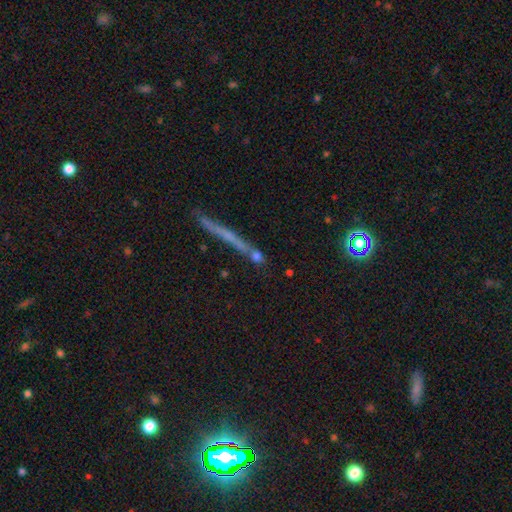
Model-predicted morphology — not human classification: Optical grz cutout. It shows a smooth galaxy with no disk features (48%). Merging: none (65%).